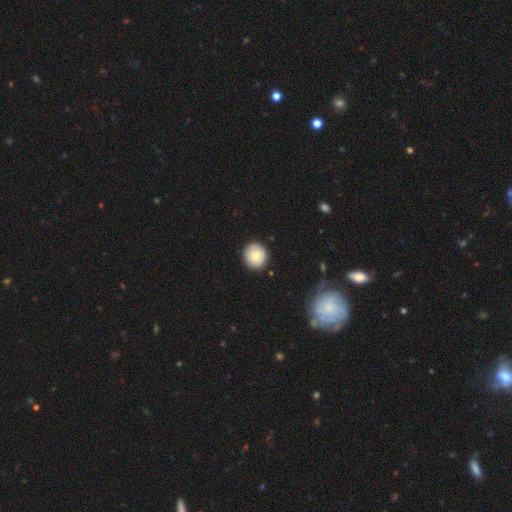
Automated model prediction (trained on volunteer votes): smooth-or-featured: smooth: 77% | featured or disk: 15% | star or artifact: 8%
  how-rounded: round: 91% | in between: 8% | cigar-shaped: 1%
  merging: none: 89% | minor disturbance: 8% | major disturbance: 2% | merger: 1%